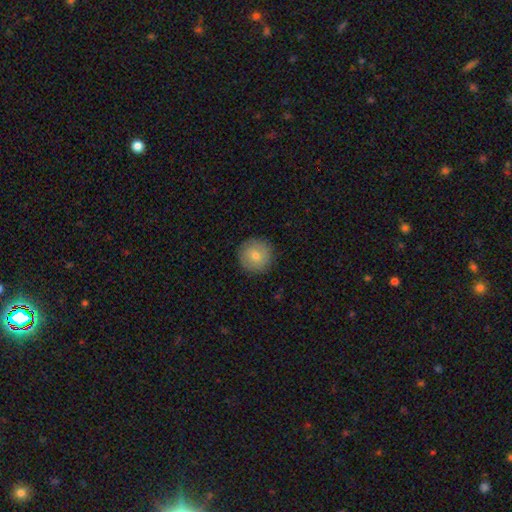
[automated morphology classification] Smooth or featured: smooth — 72% (featured or disk — 19%)
How rounded: round — 95% (in between — 4%)
Merging: none — 90% (minor disturbance — 7%)